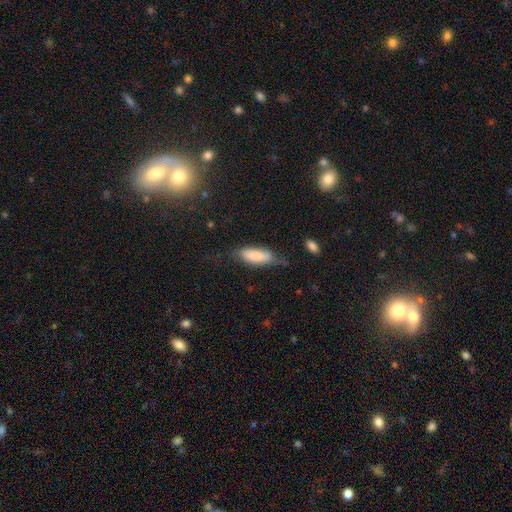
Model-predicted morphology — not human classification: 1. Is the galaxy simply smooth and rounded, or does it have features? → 80% smooth, 14% featured or disk, 6% star or artifact.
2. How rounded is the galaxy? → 70% in between, 28% cigar-shaped, 2% round.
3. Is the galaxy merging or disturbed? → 51% none, 33% minor disturbance, 13% major disturbance, 3% merger.